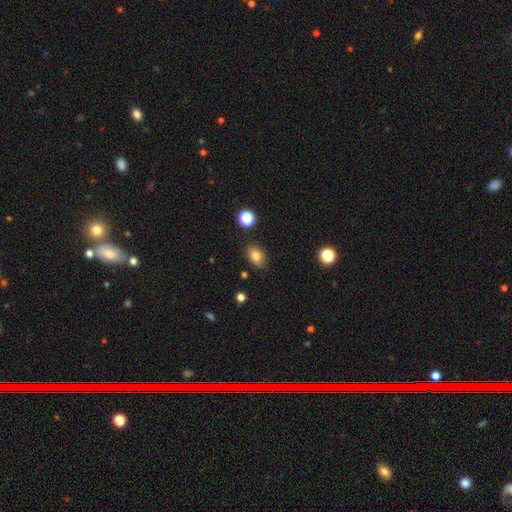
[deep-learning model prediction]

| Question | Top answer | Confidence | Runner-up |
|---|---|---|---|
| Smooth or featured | smooth | 82% | star or artifact (11%) |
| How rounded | in between | 78% | round (21%) |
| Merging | none | 85% | minor disturbance (10%) |